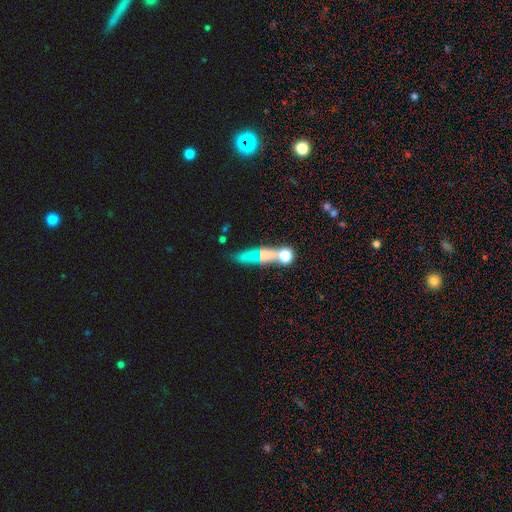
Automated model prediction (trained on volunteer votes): Smooth or featured? Predicted: smooth (p=0.44). Merging? Predicted: none (p=0.60).